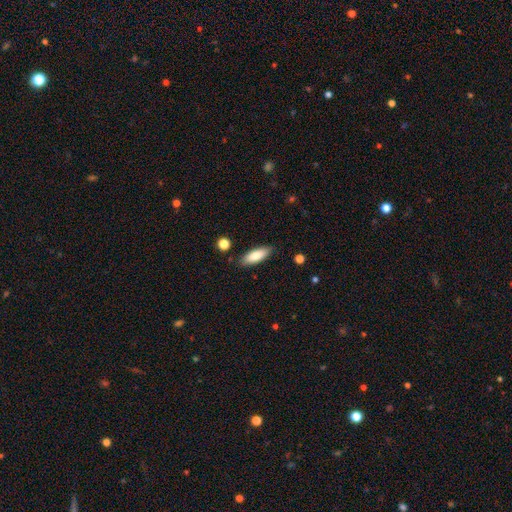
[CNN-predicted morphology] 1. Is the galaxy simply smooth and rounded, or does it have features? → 82% smooth, 12% featured or disk, 6% star or artifact.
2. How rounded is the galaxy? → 67% in between, 32% cigar-shaped, 2% round.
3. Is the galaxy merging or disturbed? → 86% none, 10% minor disturbance, 2% major disturbance, 2% merger.